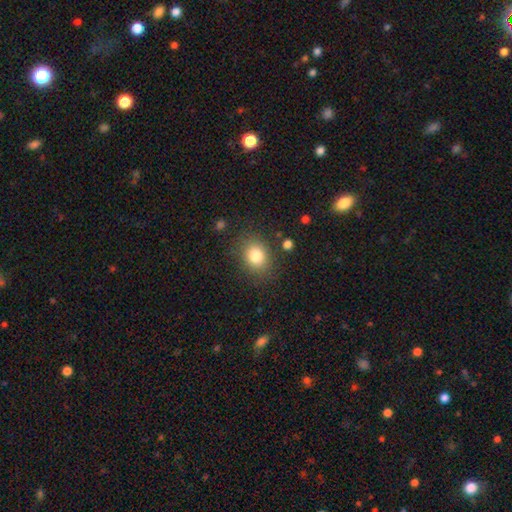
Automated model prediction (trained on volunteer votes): smooth 81%, star or artifact 11%, featured or disk 8%. Down the decision tree: how rounded — in between (50%); merging — none (82%).